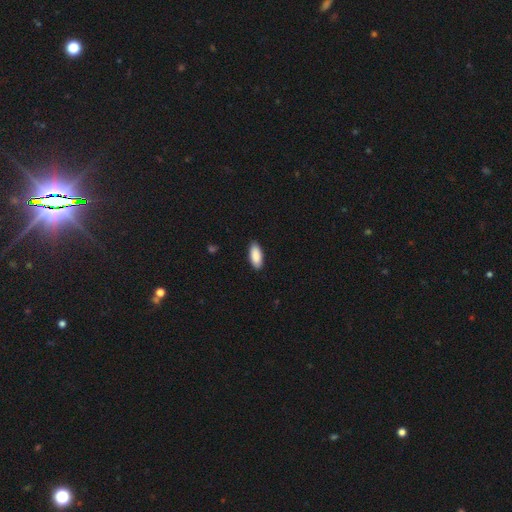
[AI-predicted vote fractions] Morphology: type=smooth (90%); roundness=in between (86%); merging=none (89%).